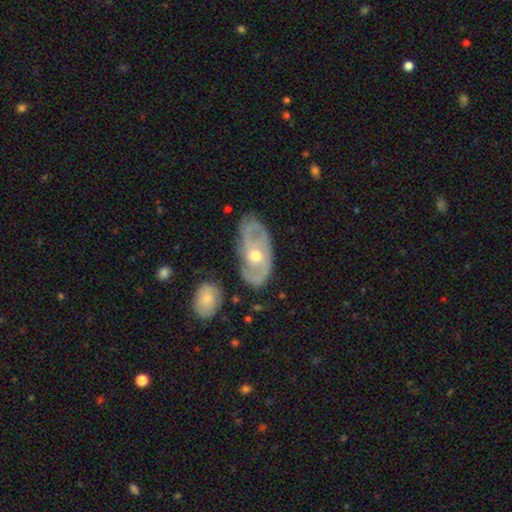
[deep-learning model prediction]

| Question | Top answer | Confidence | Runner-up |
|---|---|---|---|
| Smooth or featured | featured or disk | 77% | smooth (18%) |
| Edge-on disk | no | 93% | yes (7%) |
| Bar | no | 64% | weak (29%) |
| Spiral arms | yes | 81% | no (19%) |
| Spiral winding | medium | 42% | tight (38%) |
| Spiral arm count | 2 | 59% | can't tell (23%) |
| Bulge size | moderate | 73% | small (21%) |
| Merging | none | 67% | minor disturbance (22%) |